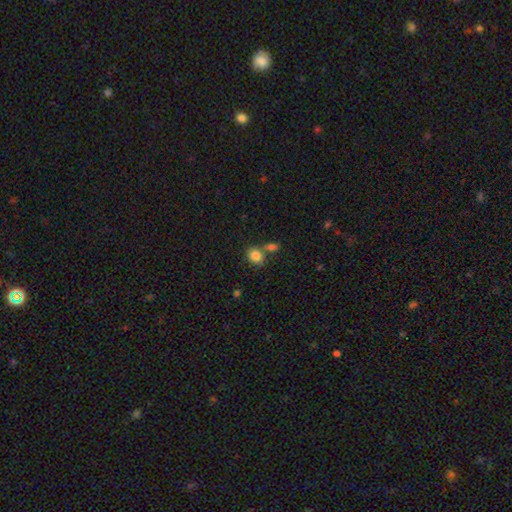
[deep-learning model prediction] smooth_or_featured: smooth (p=0.84) [alt: star or artifact p=0.10]
how_rounded: in between (p=0.58) [alt: round p=0.41]
merging: none (p=0.56) [alt: merger p=0.29]